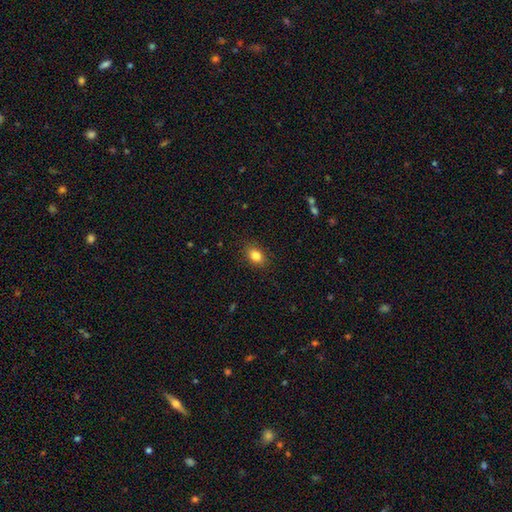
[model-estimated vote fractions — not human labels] Q: Smooth or featured?
A: smooth (84%); runner-up: star or artifact (10%)
Q: How rounded?
A: in between (76%); runner-up: round (23%)
Q: Merging?
A: none (86%); runner-up: minor disturbance (10%)